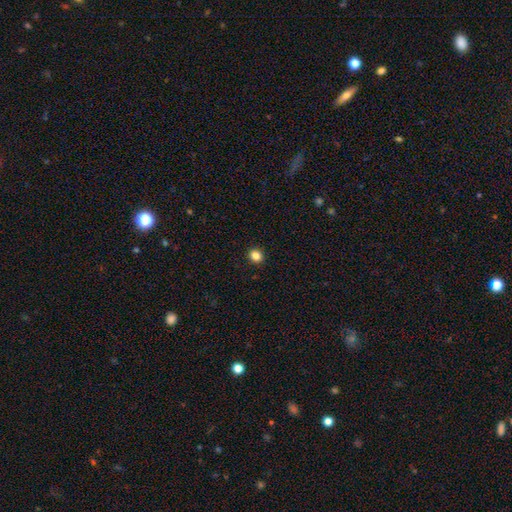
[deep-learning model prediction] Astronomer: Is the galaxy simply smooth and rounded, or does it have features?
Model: smooth — 85%.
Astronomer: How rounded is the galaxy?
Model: round — 77%.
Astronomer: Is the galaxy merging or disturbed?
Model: none — 92%.